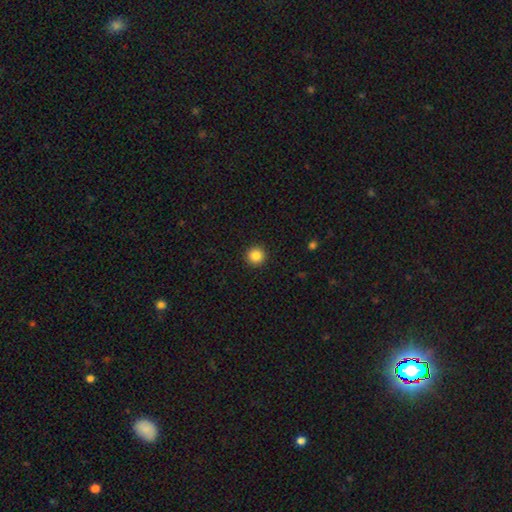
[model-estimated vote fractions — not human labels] Smooth or featured? Predicted: smooth (p=0.86). How rounded? Predicted: round (p=0.96). Merging? Predicted: none (p=0.93).